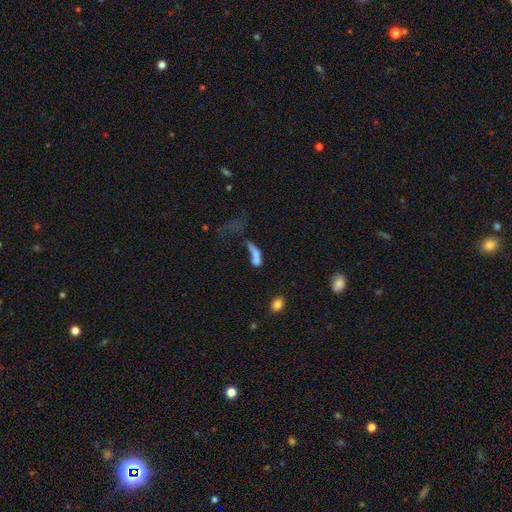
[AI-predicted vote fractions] smooth-or-featured: smooth: 60% | featured or disk: 29% | star or artifact: 11%
  how-rounded: in between: 53% | cigar-shaped: 38% | round: 9%
  merging: merger: 45% | major disturbance: 27% | none: 17% | minor disturbance: 11%